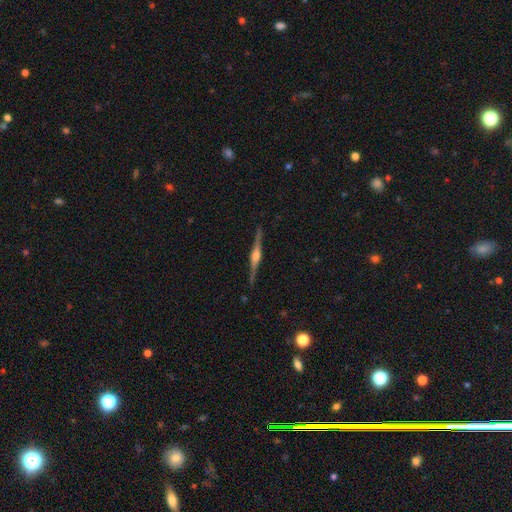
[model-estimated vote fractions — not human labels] Smooth or featured? featured or disk (85%)
Edge-on disk? yes (99%)
Edge-on bulge? rounded (85%)
Merging? none (90%)